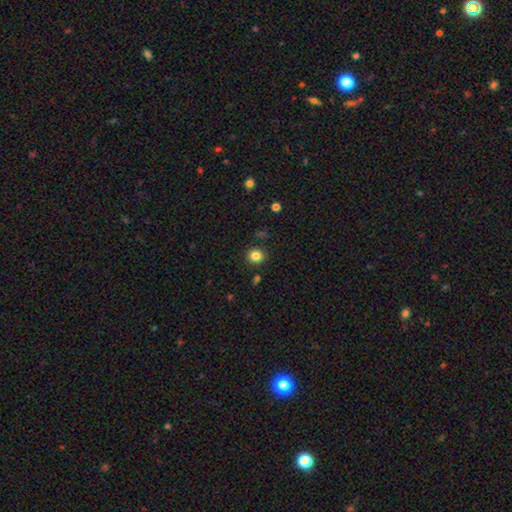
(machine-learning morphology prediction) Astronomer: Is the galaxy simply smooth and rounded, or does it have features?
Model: smooth — 83%.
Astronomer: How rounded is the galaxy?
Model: round — 81%.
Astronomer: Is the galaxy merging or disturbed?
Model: none — 88%.